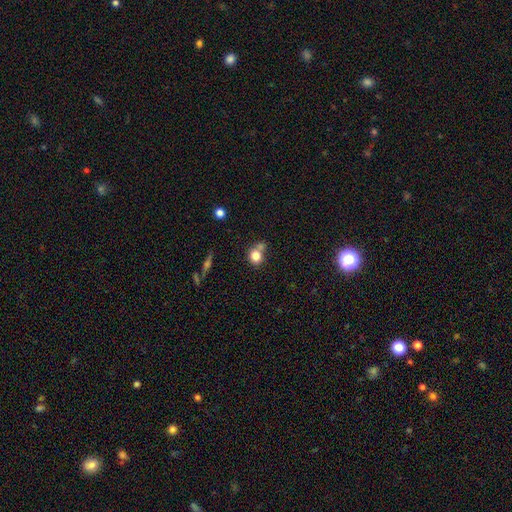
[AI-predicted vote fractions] Smooth or featured: smooth — 79% (star or artifact — 11%)
How rounded: round — 76% (in between — 23%)
Merging: none — 49% (merger — 32%)